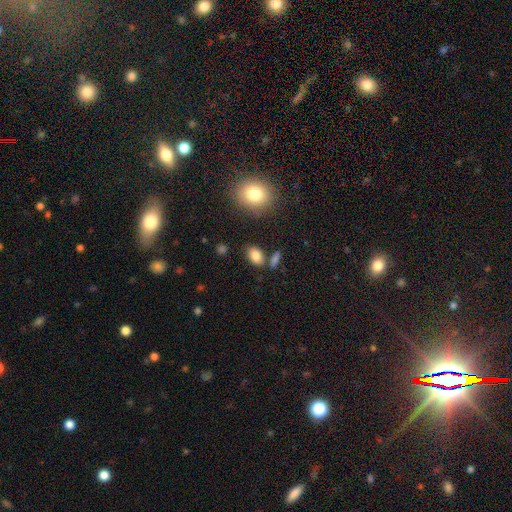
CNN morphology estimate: smooth_or_featured: smooth (p=0.83) [alt: star or artifact p=0.09]
how_rounded: in between (p=0.87) [alt: round p=0.11]
merging: none (p=0.75) [alt: minor disturbance p=0.12]